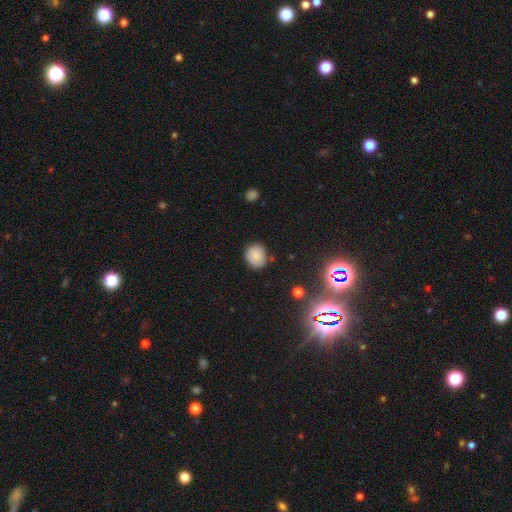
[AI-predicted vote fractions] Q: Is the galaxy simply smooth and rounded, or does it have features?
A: smooth — 81%.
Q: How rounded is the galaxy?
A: round — 77%.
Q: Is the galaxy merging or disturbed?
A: none — 82%.